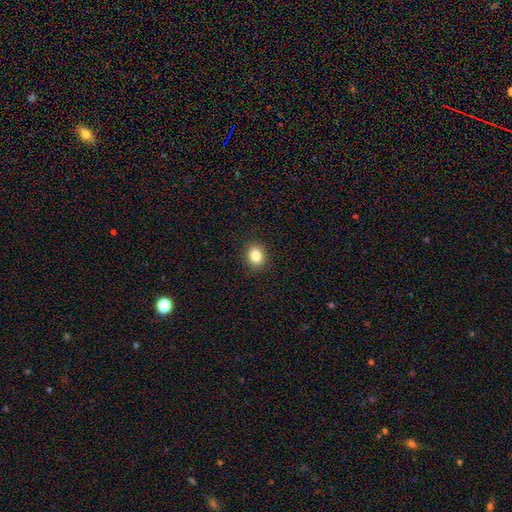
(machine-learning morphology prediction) Smooth or featured? smooth (86%)
How rounded? round (57%)
Merging? none (90%)